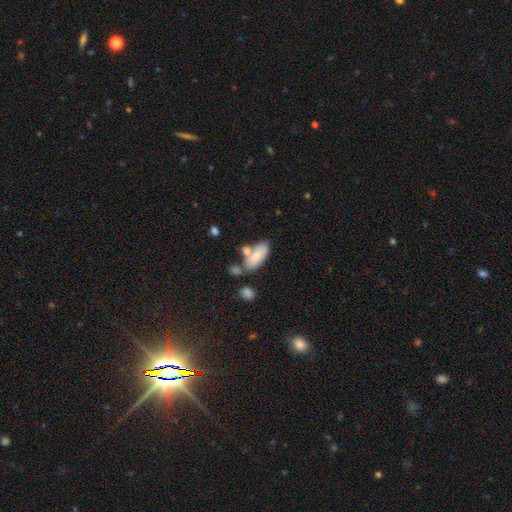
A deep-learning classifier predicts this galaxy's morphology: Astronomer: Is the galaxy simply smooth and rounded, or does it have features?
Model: smooth — 76%.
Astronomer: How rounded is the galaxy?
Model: in between — 87%.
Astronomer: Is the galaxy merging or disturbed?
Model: none — 45% (runner-up: merger, 30%).